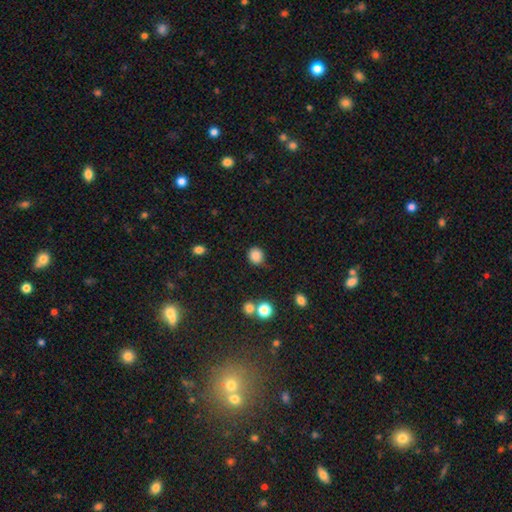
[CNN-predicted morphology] Smooth or featured: smooth — 85% (star or artifact — 11%)
How rounded: round — 80% (in between — 19%)
Merging: none — 78% (minor disturbance — 15%)